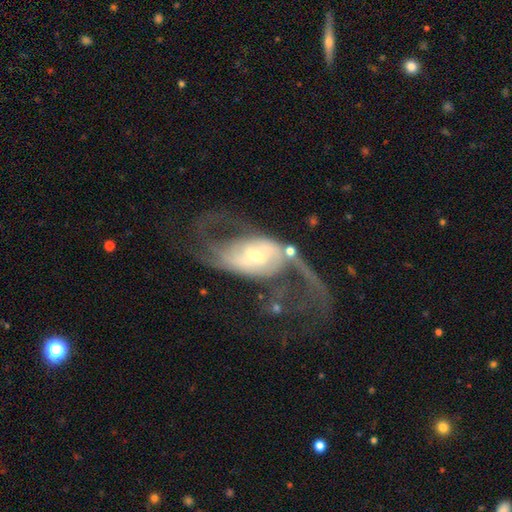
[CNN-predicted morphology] Overall: featured or disk (82%). Edge-on disk: no (93%). Bar: weak (41%; no 32%). Spiral arms: yes (85%). Spiral arm count: 2 (82%). Spiral winding: loose (59%; medium 31%). Bulge size: moderate (46%; small 44%). Merging: major disturbance (38%, tied with none).